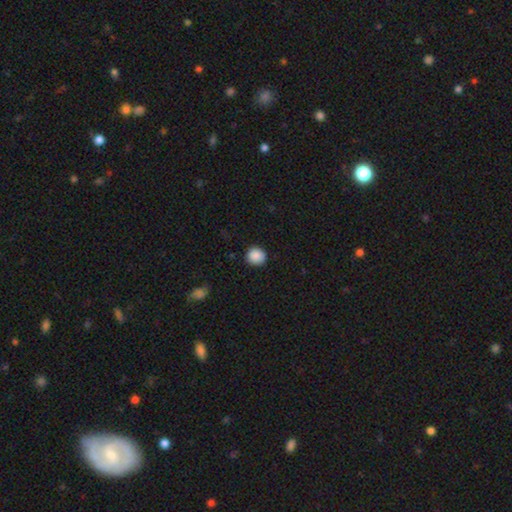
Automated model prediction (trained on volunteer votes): A smooth galaxy with no disk features (89%) that is round (88%).

Vote fractions:
- Smooth or featured? smooth: 89% / star or artifact: 8% / featured or disk: 3%
- How rounded? round: 88% / in between: 11% / cigar-shaped: 1%
- Merging? none: 88% / minor disturbance: 8% / major disturbance: 2% / merger: 1%